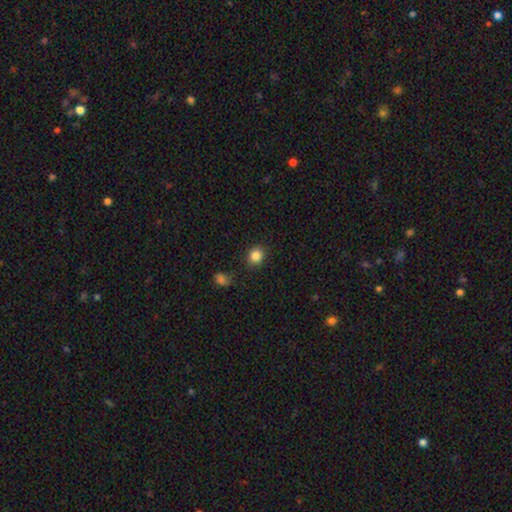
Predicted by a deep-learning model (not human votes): The model was most divided on "how rounded": round: 79%, in between: 20%, cigar-shaped: 1%. More confident: merging — none (87%); smooth or featured — smooth (85%).